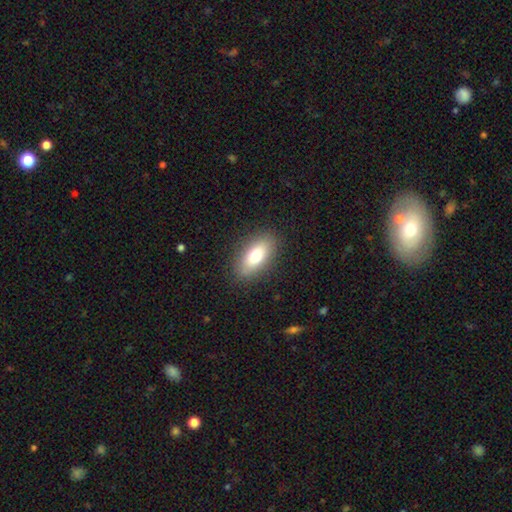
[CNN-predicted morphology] type=smooth (74%); roundness=in between (86%); merging=none (87%).